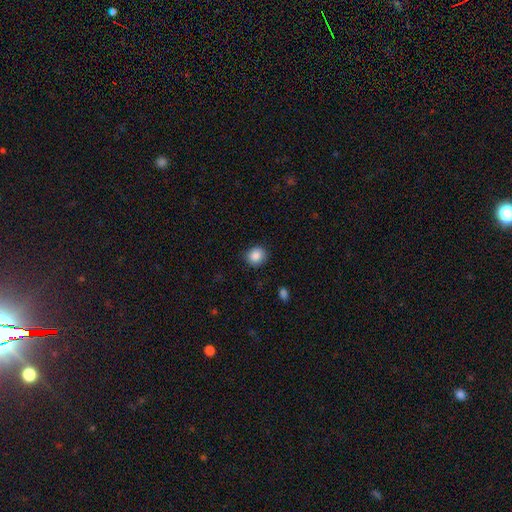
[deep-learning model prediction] smooth-or-featured: smooth: 87% | star or artifact: 9% | featured or disk: 4%
  how-rounded: round: 85% | in between: 14% | cigar-shaped: 1%
  merging: none: 88% | minor disturbance: 9% | major disturbance: 2% | merger: 1%